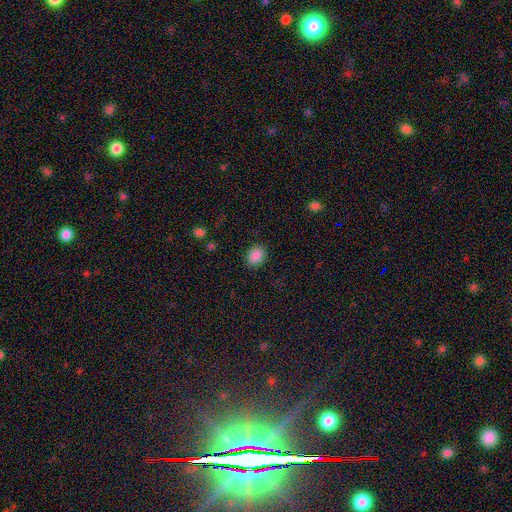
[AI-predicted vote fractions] This is clearly a smooth galaxy (88%). How rounded: possibly in between (58%). Merging: clearly none (86%).